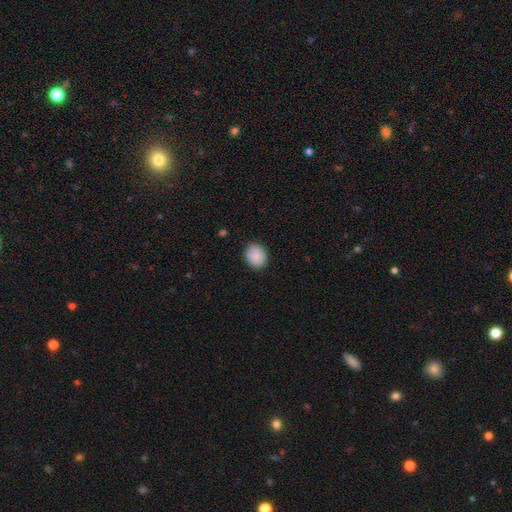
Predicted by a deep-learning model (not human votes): Q: Smooth or featured?
A: smooth (89%); runner-up: star or artifact (7%)
Q: How rounded?
A: round (64%); runner-up: in between (35%)
Q: Merging?
A: none (89%); runner-up: minor disturbance (8%)